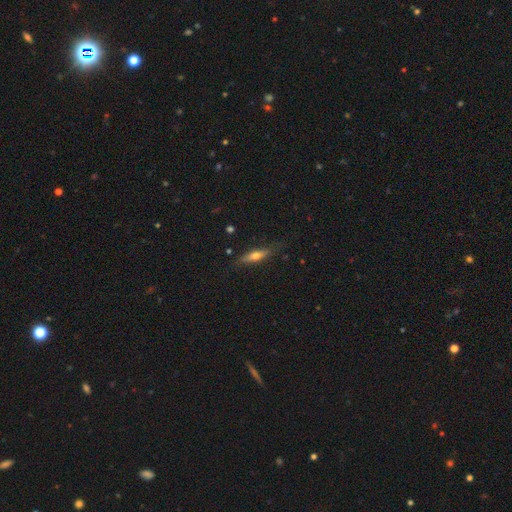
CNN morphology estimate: smooth-or-featured: smooth: 52% | featured or disk: 42% | star or artifact: 6%
  how-rounded: cigar-shaped: 73% | in between: 24% | round: 2%
  merging: none: 78% | minor disturbance: 17% | major disturbance: 4% | merger: 1%